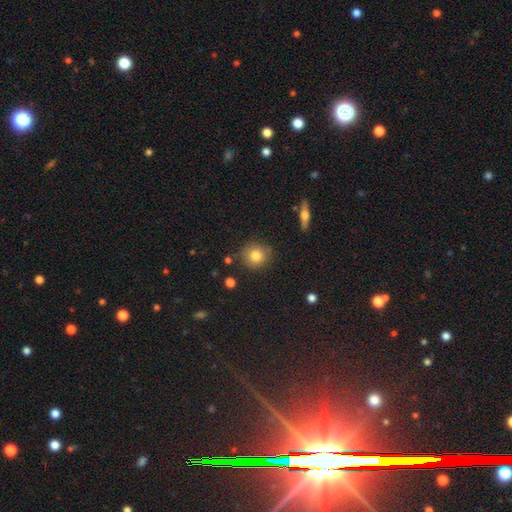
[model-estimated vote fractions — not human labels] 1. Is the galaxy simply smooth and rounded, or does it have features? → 80% smooth, 10% star or artifact, 10% featured or disk.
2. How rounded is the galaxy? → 89% round, 10% in between, 1% cigar-shaped.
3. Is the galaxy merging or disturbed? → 85% none, 10% minor disturbance, 3% merger, 3% major disturbance.